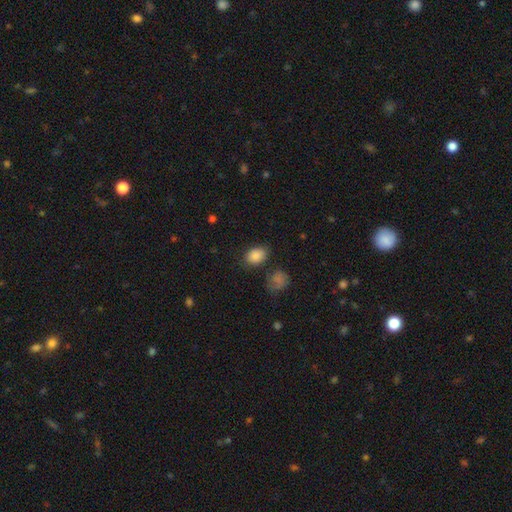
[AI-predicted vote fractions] A smooth galaxy with no disk features (85%) that is in between round and cigar-shaped (73%). Merging: none (74%).